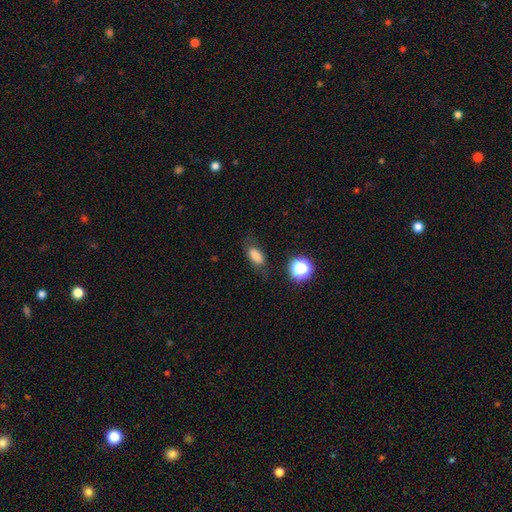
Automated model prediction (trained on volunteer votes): smooth_or_featured: smooth (p=0.77) [alt: star or artifact p=0.13]
how_rounded: in between (p=0.81) [alt: cigar-shaped p=0.10]
merging: none (p=0.69) [alt: minor disturbance p=0.20]